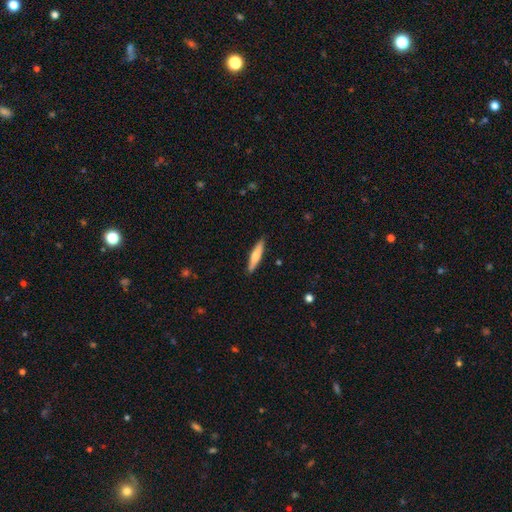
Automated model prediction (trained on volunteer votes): Smooth or featured? smooth (66%)
How rounded? cigar-shaped (85%)
Merging? none (88%)